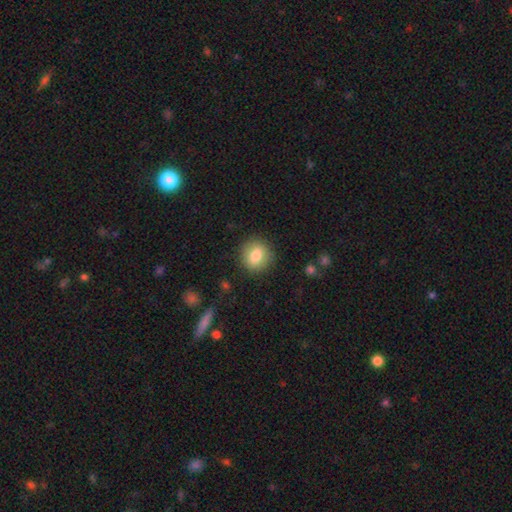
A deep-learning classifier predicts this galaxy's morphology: Smooth or featured? Predicted: smooth (p=0.79). How rounded? Predicted: round (p=0.79). Merging? Predicted: none (p=0.87).